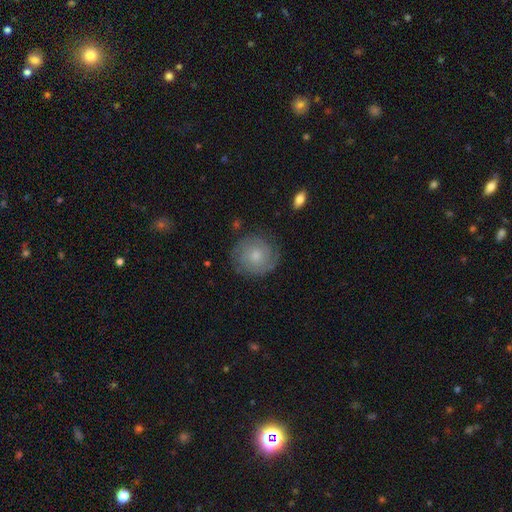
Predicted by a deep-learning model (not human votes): Q: Smooth or featured?
A: featured or disk (65%); runner-up: smooth (28%)
Q: Edge-on disk?
A: no (98%); runner-up: yes (2%)
Q: Bar?
A: no (79%); runner-up: weak (19%)
Q: Spiral arms?
A: yes (90%); runner-up: no (10%)
Q: Spiral winding?
A: tight (74%); runner-up: medium (20%)
Q: Spiral arm count?
A: 2 (47%); runner-up: can't tell (29%)
Q: Bulge size?
A: small (49%); runner-up: moderate (42%)
Q: Merging?
A: none (81%); runner-up: minor disturbance (13%)